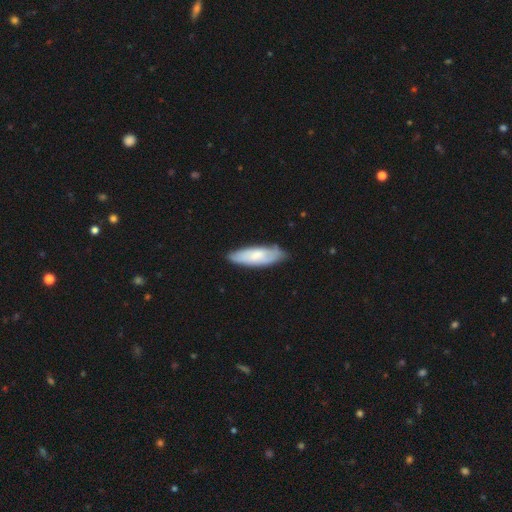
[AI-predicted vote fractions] smooth_or_featured: smooth (p=0.64) [alt: featured or disk p=0.31]
how_rounded: in between (p=0.55) [alt: cigar-shaped p=0.43]
merging: none (p=0.75) [alt: minor disturbance p=0.20]